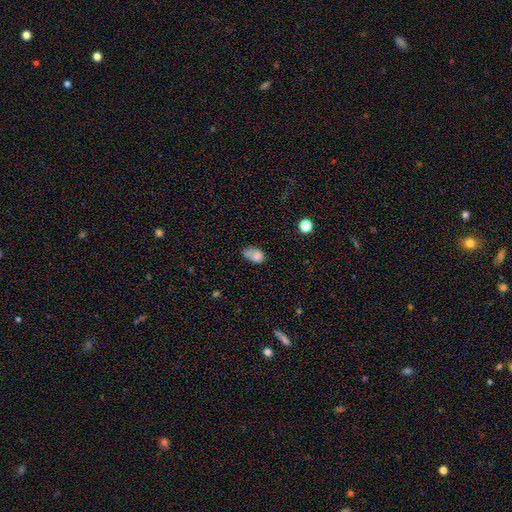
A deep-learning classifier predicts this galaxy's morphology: A smooth galaxy with no disk features (72%) that is in between round and cigar-shaped (77%). Merging: none (35%).